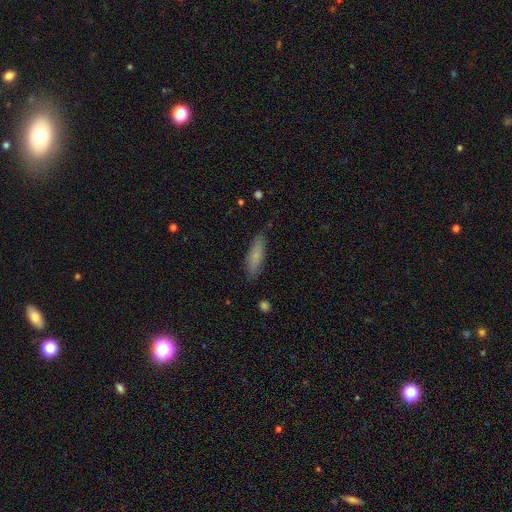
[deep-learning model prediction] Morphology: type=smooth (74%); roundness=cigar-shaped (58%); merging=none (84%).